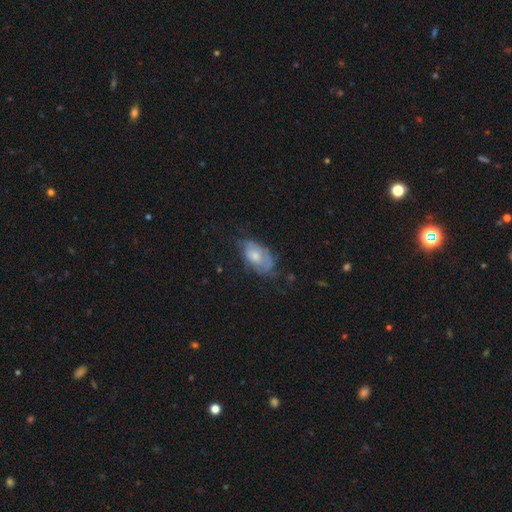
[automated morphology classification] smooth-or-featured: smooth: 51% | featured or disk: 41% | star or artifact: 8%
  how-rounded: in between: 91% | round: 6% | cigar-shaped: 3%
  merging: none: 42% | minor disturbance: 34% | major disturbance: 21% | merger: 2%